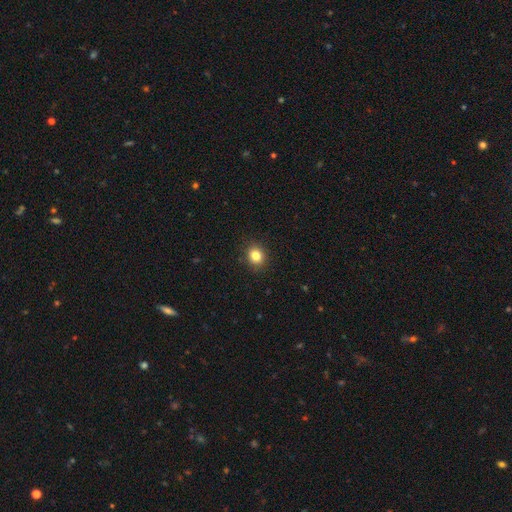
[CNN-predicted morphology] Q: Smooth or featured?
A: smooth (83%); runner-up: star or artifact (11%)
Q: How rounded?
A: round (71%); runner-up: in between (28%)
Q: Merging?
A: none (89%); runner-up: minor disturbance (7%)